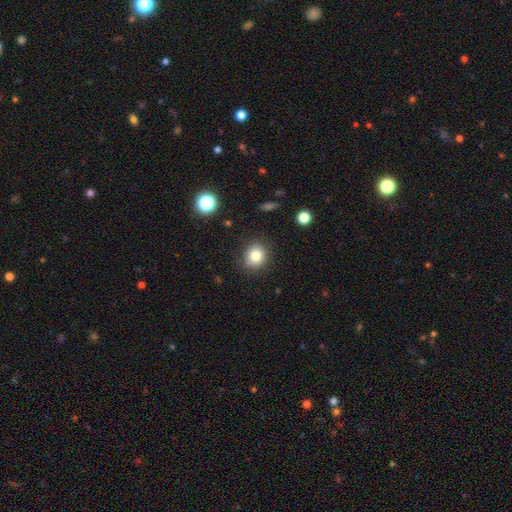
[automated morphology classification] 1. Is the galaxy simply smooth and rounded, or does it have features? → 80% smooth, 12% star or artifact, 8% featured or disk.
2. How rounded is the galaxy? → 78% round, 21% in between, 1% cigar-shaped.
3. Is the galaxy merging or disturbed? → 84% none, 11% minor disturbance, 3% major disturbance, 1% merger.